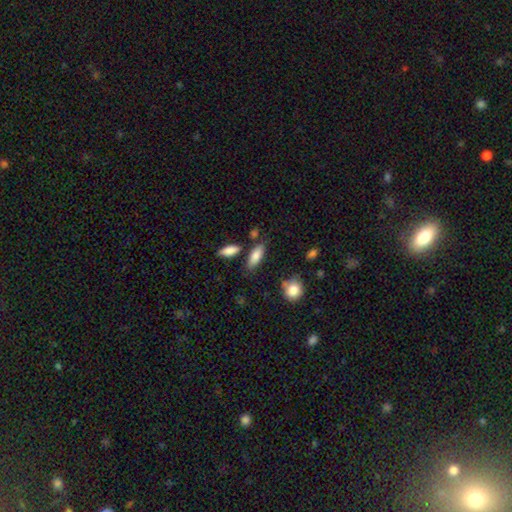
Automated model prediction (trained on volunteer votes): This appears to be a smooth galaxy with no disk features (81%) that is in between round and cigar-shaped (74%). Merging: none (74%).